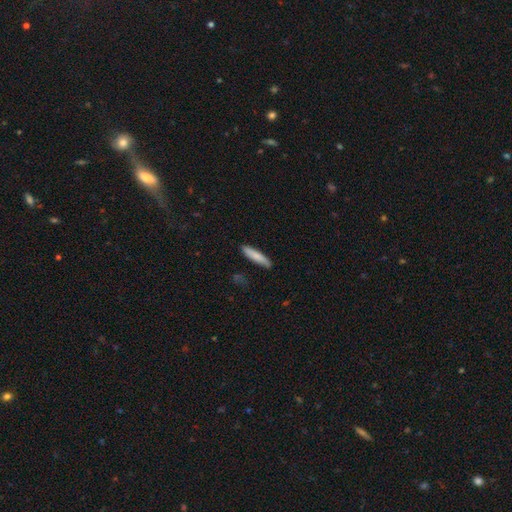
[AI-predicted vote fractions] Overall: smooth (80%). How rounded: cigar-shaped (87%). Merging: none (87%).